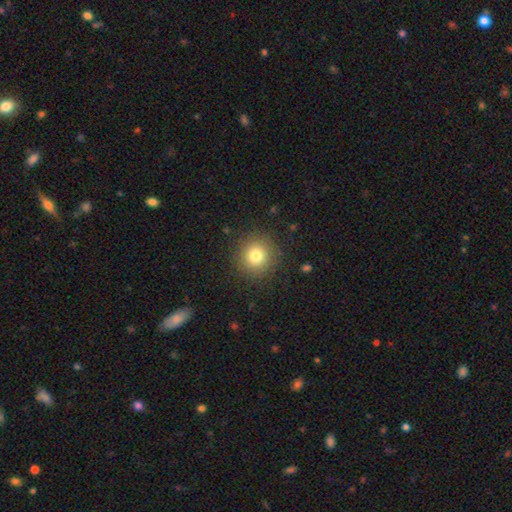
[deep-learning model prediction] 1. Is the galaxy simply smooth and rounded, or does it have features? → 79% smooth, 13% star or artifact, 8% featured or disk.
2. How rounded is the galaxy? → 93% round, 6% in between, 1% cigar-shaped.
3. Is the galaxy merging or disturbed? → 89% none, 7% minor disturbance, 3% major disturbance, 1% merger.